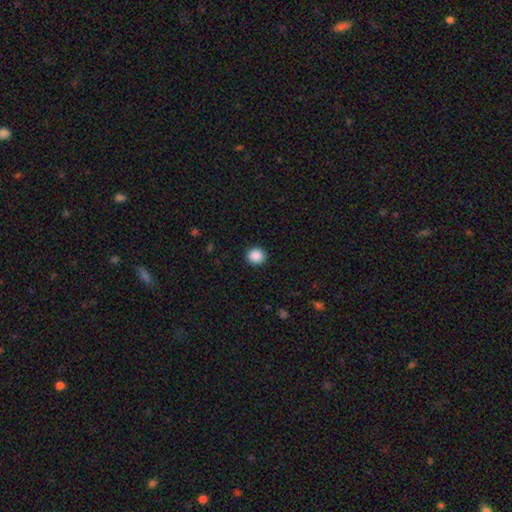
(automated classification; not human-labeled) smooth-or-featured: smooth: 88% | star or artifact: 9% | featured or disk: 2%
  how-rounded: round: 92% | in between: 7% | cigar-shaped: 1%
  merging: none: 92% | minor disturbance: 5% | major disturbance: 2% | merger: 1%